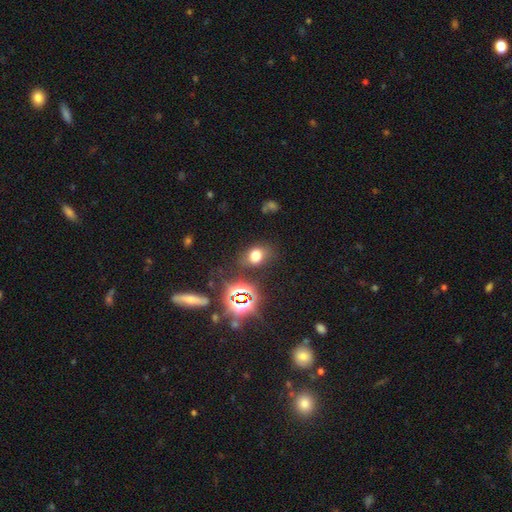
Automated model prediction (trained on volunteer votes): A smooth galaxy with no disk features (64%) that is in between round and cigar-shaped (58%). Merging: none (75%).